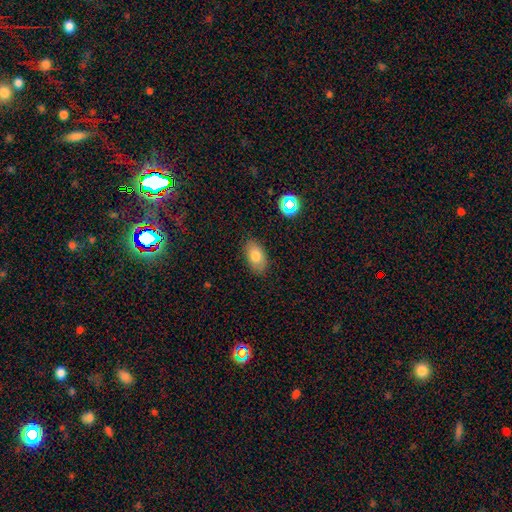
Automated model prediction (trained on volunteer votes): The model was most divided on "smooth or featured": smooth: 78%, featured or disk: 13%, star or artifact: 9%. More confident: how rounded — in between (92%); merging — none (84%).